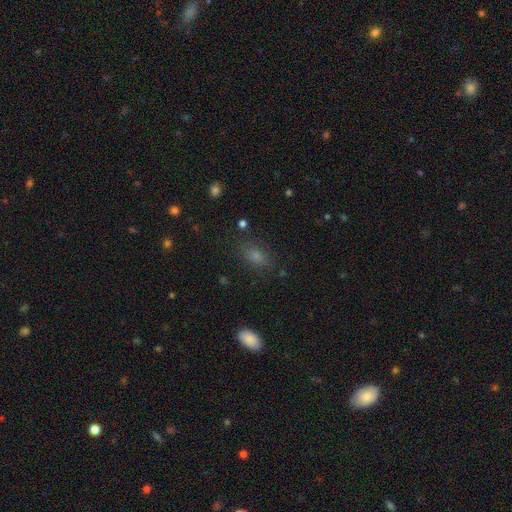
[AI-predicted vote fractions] Smooth or featured?
  - smooth: 69% *
  - star or artifact: 22%
  - featured or disk: 9%
How rounded?
  - in between: 79% *
  - round: 17%
  - cigar-shaped: 4%
Merging?
  - none: 82% *
  - minor disturbance: 11%
  - major disturbance: 4%
  - merger: 2%